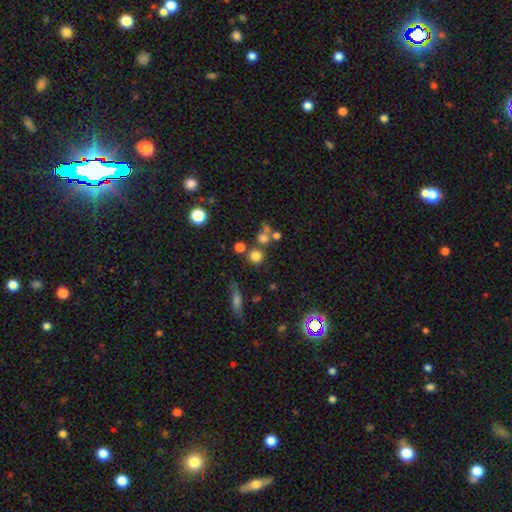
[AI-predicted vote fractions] Smooth or featured? Predicted: smooth (p=0.74). How rounded? Predicted: round (p=0.91). Merging? Predicted: none (p=0.67).